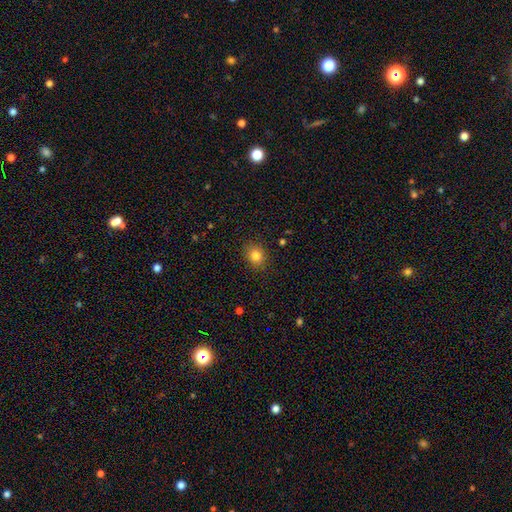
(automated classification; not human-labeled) Overall: smooth (82%). How rounded: round (61%; in between 38%). Merging: none (87%).